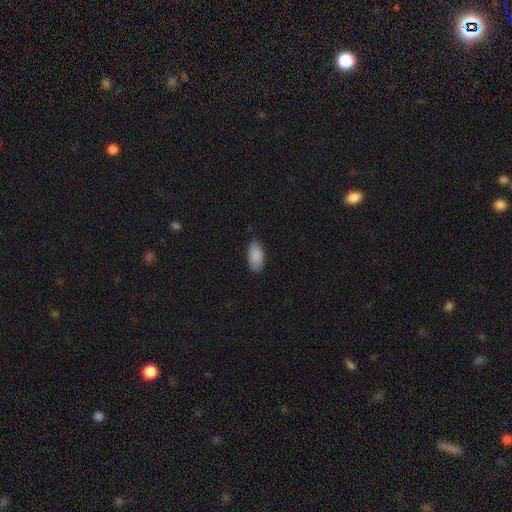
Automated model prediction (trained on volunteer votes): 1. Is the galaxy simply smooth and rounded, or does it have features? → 89% smooth, 6% star or artifact, 5% featured or disk.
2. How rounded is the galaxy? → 94% in between, 4% cigar-shaped, 2% round.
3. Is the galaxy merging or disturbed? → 81% none, 15% minor disturbance, 3% major disturbance, 1% merger.